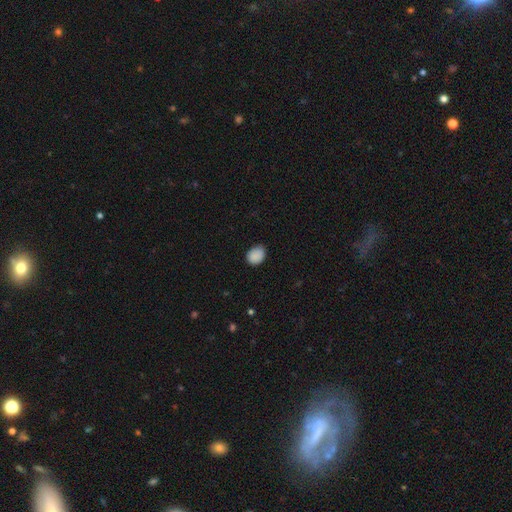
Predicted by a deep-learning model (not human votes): Q: Smooth or featured?
A: smooth (88%); runner-up: star or artifact (8%)
Q: How rounded?
A: in between (60%); runner-up: round (39%)
Q: Merging?
A: none (76%); runner-up: minor disturbance (19%)